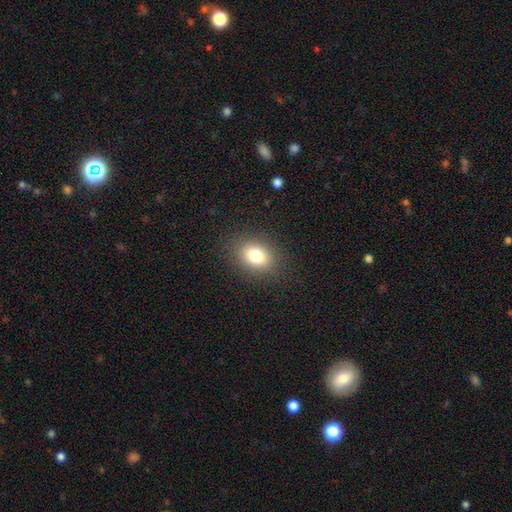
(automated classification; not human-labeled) smooth_or_featured: smooth (p=0.81) [alt: star or artifact p=0.11]
how_rounded: in between (p=0.70) [alt: round p=0.29]
merging: none (p=0.87) [alt: minor disturbance p=0.09]